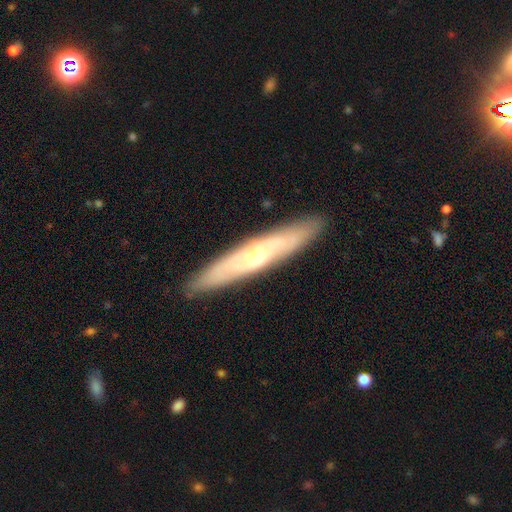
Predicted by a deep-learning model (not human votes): Morphology: type=featured or disk (60%); edge-on=yes (71%); merging=none (89%).